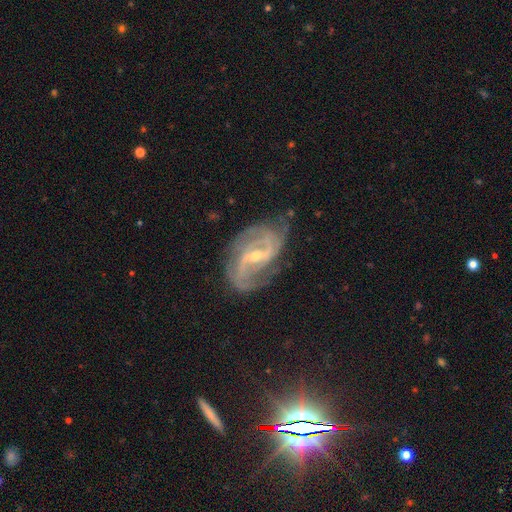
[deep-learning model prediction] This appears to be a featured or disk galaxy (90%) with a weak bar (46%), 2 (56%) medium (48%) spiral arms (97%) and a small central bulge (63%). Merging: none (67%).